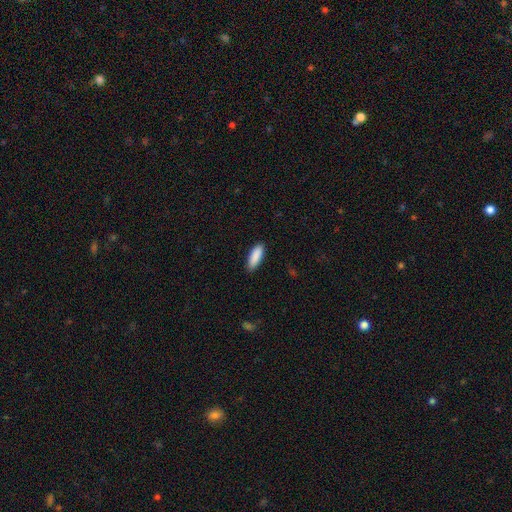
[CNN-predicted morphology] This appears to be a smooth galaxy with no disk features (91%) that is in between round and cigar-shaped (68%). Merging: none (87%).